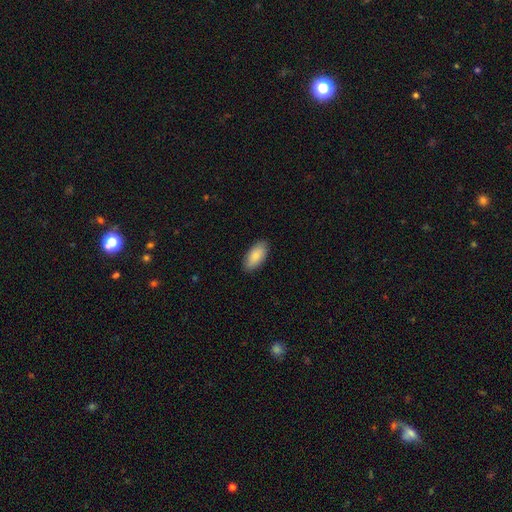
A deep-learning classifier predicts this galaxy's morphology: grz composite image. It shows a smooth galaxy with no disk features (85%) that is in between round and cigar-shaped (93%). Merging: none (88%).